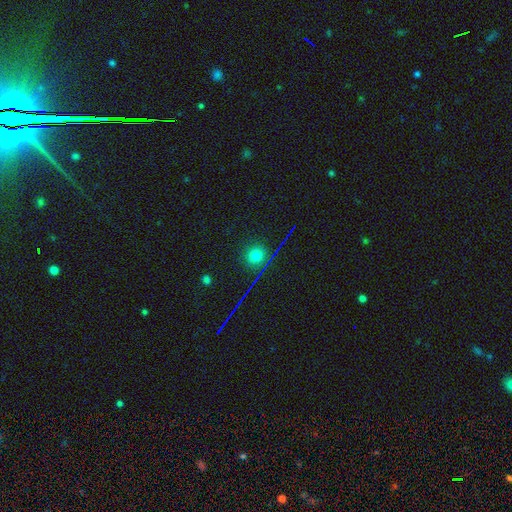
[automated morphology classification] A smooth galaxy with no disk features (68%) that is round (90%).

Vote fractions:
- Smooth or featured? smooth: 68% / star or artifact: 24% / featured or disk: 8%
- How rounded? round: 90% / in between: 9% / cigar-shaped: 1%
- Merging? none: 88% / minor disturbance: 8% / major disturbance: 3% / merger: 2%